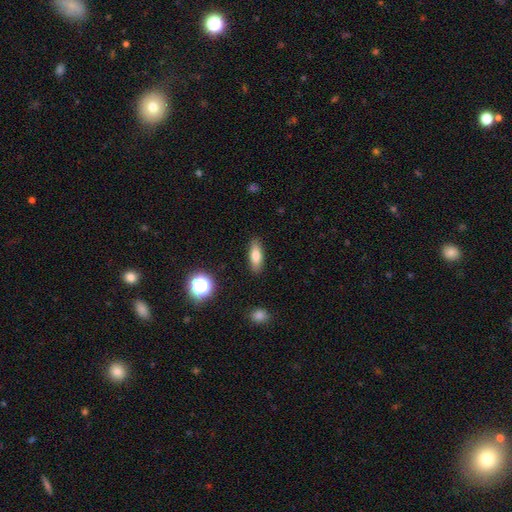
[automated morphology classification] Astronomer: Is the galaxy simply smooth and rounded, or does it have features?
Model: smooth — 76%.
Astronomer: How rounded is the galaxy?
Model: in between — 60% (runner-up: cigar-shaped, 37%).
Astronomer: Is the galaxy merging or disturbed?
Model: none — 87%.